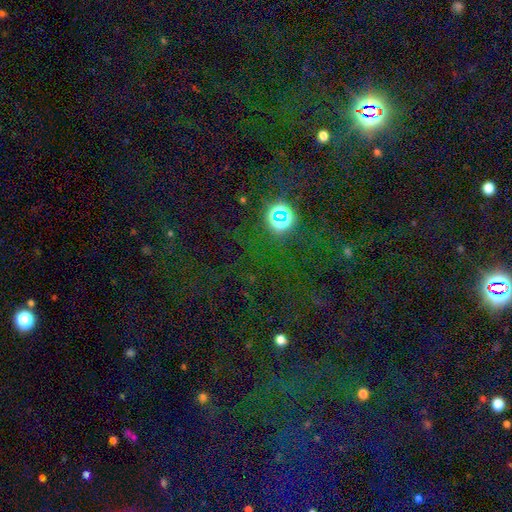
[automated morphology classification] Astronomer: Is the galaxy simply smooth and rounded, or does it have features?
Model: star or artifact — 73%.